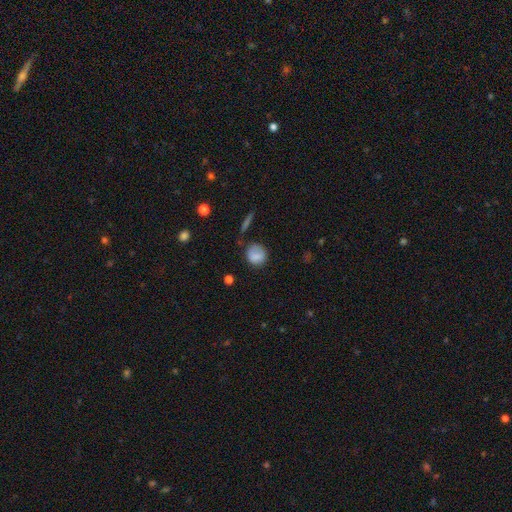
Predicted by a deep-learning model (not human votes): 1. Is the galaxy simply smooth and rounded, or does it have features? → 80% smooth, 11% featured or disk, 9% star or artifact.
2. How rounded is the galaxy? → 82% round, 17% in between, 2% cigar-shaped.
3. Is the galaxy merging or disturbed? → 71% none, 20% minor disturbance, 6% major disturbance, 3% merger.